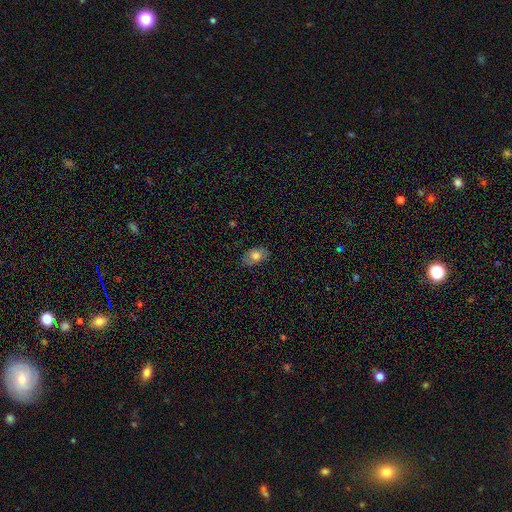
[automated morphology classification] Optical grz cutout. It shows a smooth galaxy with no disk features (74%) that is in between round and cigar-shaped (86%). Merging: none (81%).